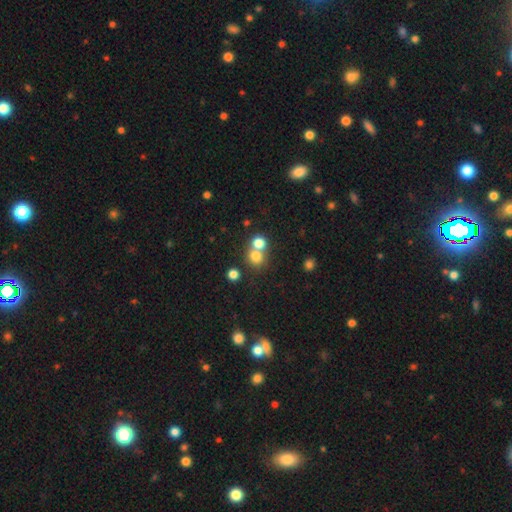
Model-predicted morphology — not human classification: smooth-or-featured: smooth: 75% | star or artifact: 15% | featured or disk: 10%
  how-rounded: round: 83% | in between: 16% | cigar-shaped: 1%
  merging: none: 48% | merger: 42% | minor disturbance: 7% | major disturbance: 3%